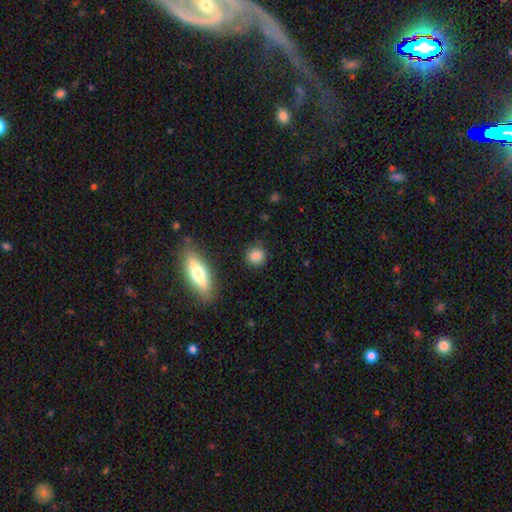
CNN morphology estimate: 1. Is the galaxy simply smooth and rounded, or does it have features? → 83% smooth, 10% star or artifact, 7% featured or disk.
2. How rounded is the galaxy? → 82% round, 15% in between, 3% cigar-shaped.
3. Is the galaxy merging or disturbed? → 87% none, 9% minor disturbance, 3% major disturbance, 2% merger.